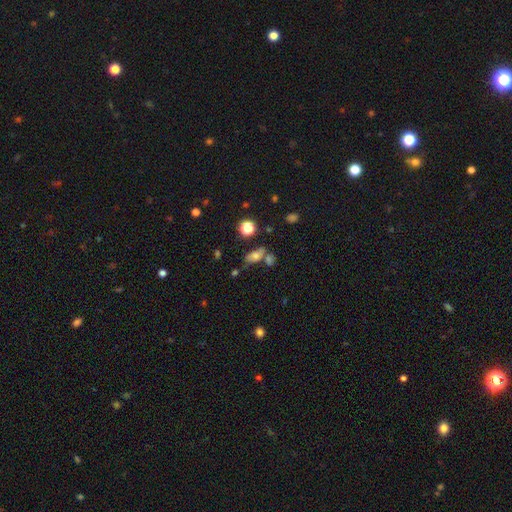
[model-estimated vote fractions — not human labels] A smooth galaxy with no disk features (67%) that is in between round and cigar-shaped (76%).

Vote fractions:
- Smooth or featured? smooth: 67% / featured or disk: 18% / star or artifact: 16%
- How rounded? in between: 76% / round: 13% / cigar-shaped: 11%
- Merging? none: 52% / merger: 23% / minor disturbance: 17% / major disturbance: 8%